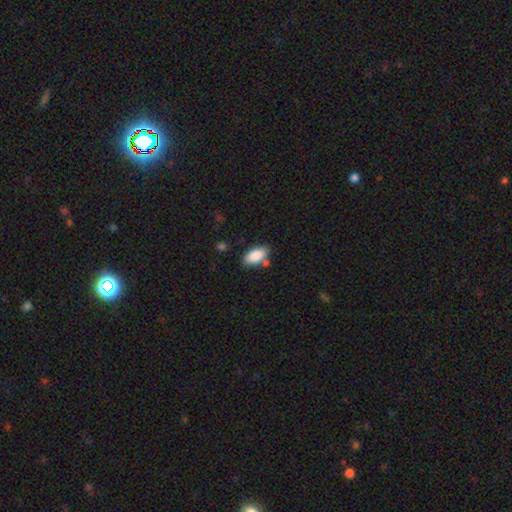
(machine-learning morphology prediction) A smooth galaxy with no disk features (87%) that is in between round and cigar-shaped (91%).

Vote fractions:
- Smooth or featured? smooth: 87% / star or artifact: 7% / featured or disk: 6%
- How rounded? in between: 91% / cigar-shaped: 7% / round: 2%
- Merging? none: 74% / minor disturbance: 14% / merger: 9% / major disturbance: 3%